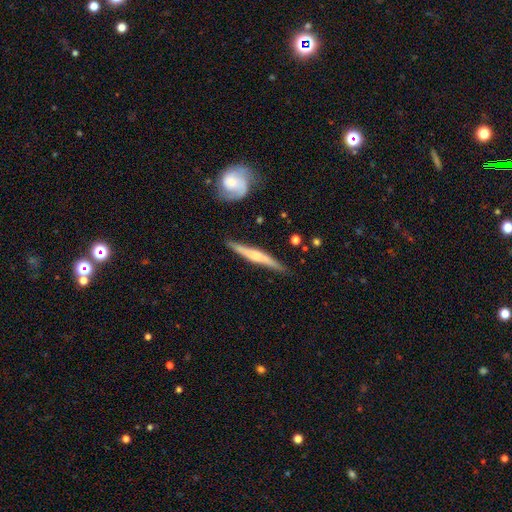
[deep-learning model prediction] This appears to be a featured or disk galaxy (62%) viewed edge-on (95%) with a rounded central bulge (60%). Merging: none (82%).